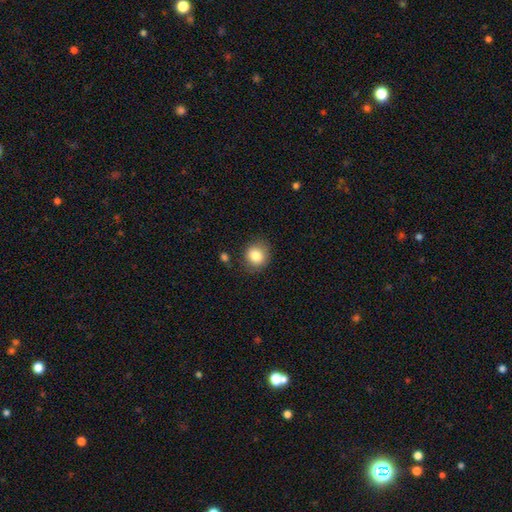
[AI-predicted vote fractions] Smooth or featured? smooth (83%)
How rounded? round (80%)
Merging? none (81%)